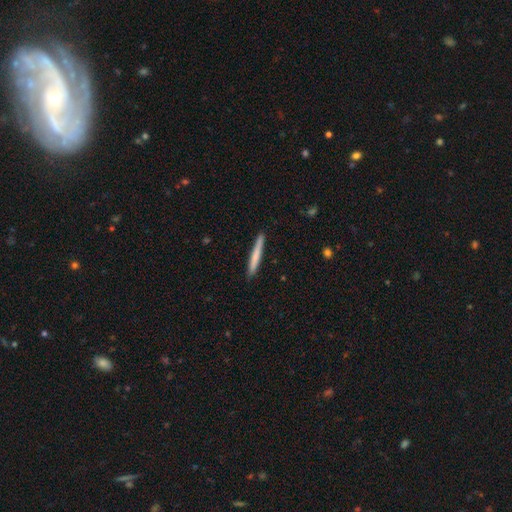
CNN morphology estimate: smooth-or-featured: smooth: 70% | featured or disk: 25% | star or artifact: 5%
  how-rounded: cigar-shaped: 97% | in between: 2% | round: 1%
  merging: none: 91% | minor disturbance: 7% | major disturbance: 1% | merger: 1%